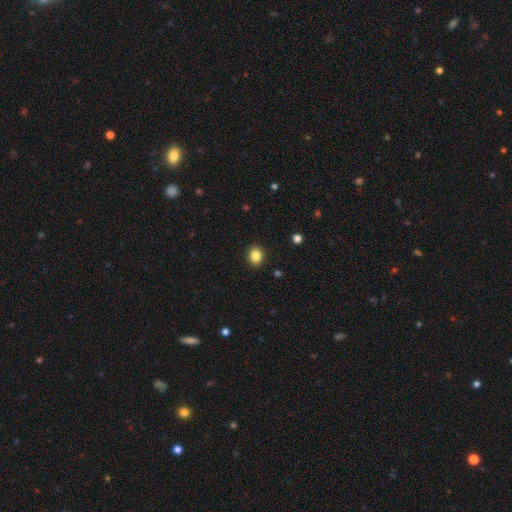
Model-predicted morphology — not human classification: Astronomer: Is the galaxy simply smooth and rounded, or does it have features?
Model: smooth — 85%.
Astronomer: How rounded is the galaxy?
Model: round — 64%.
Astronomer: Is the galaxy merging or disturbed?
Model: none — 91%.